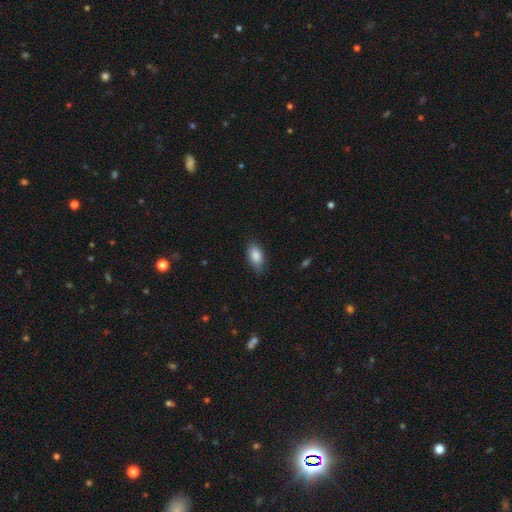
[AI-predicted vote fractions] smooth-or-featured: smooth: 87% | star or artifact: 7% | featured or disk: 6%
  how-rounded: in between: 90% | cigar-shaped: 6% | round: 3%
  merging: none: 81% | minor disturbance: 15% | major disturbance: 3% | merger: 1%